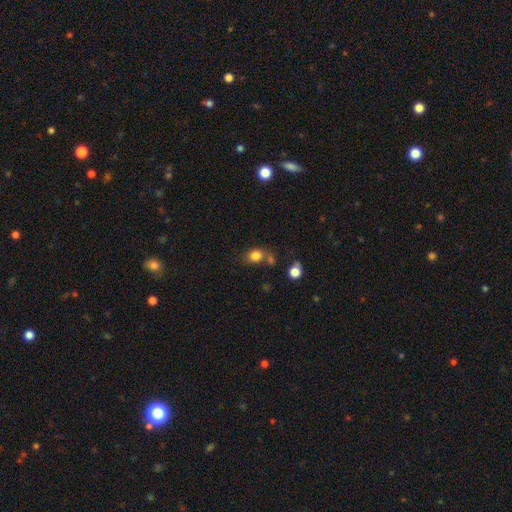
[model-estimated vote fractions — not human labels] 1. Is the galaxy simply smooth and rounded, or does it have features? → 81% smooth, 12% star or artifact, 7% featured or disk.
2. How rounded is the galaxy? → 56% round, 43% in between, 1% cigar-shaped.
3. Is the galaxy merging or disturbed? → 55% none, 20% merger, 17% minor disturbance, 8% major disturbance.